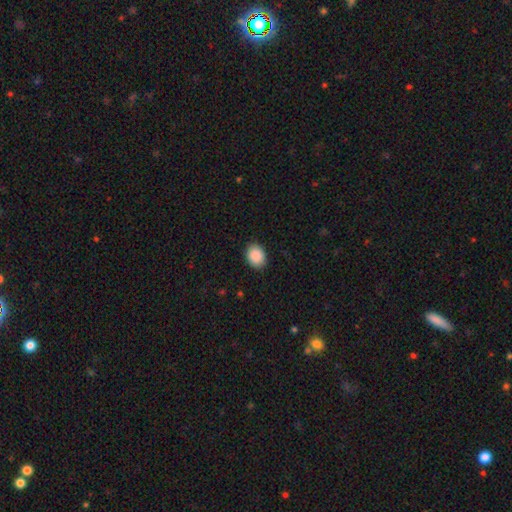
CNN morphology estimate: This is clearly a smooth galaxy (90%). How rounded: possibly in between (59%). Merging: clearly none (89%).